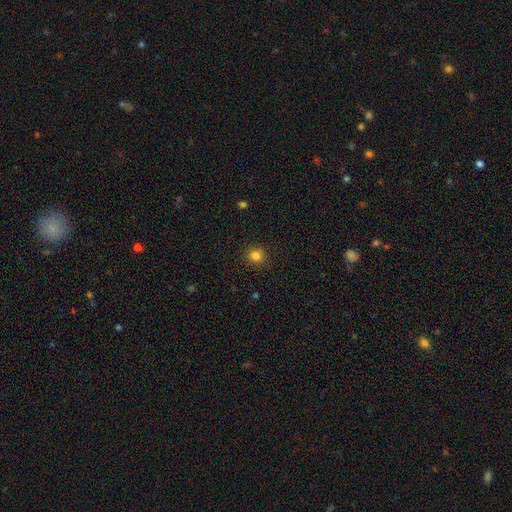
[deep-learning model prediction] smooth_or_featured: smooth (p=0.82) [alt: star or artifact p=0.13]
how_rounded: round (p=0.87) [alt: in between p=0.12]
merging: none (p=0.90) [alt: minor disturbance p=0.07]